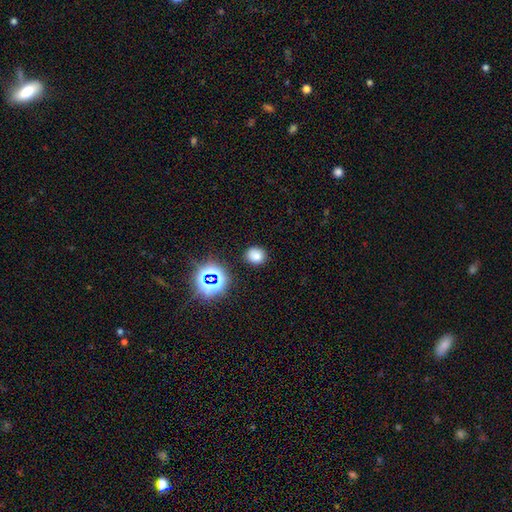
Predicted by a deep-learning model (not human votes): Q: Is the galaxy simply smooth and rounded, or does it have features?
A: smooth — 74%.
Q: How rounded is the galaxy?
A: round — 71%.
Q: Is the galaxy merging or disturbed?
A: none — 86%.